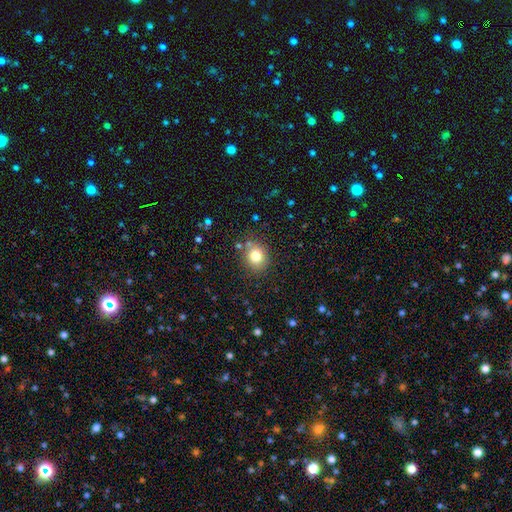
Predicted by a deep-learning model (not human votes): smooth-or-featured: smooth: 79% | star or artifact: 12% | featured or disk: 9%
  how-rounded: round: 76% | in between: 23% | cigar-shaped: 1%
  merging: none: 81% | minor disturbance: 10% | merger: 5% | major disturbance: 4%